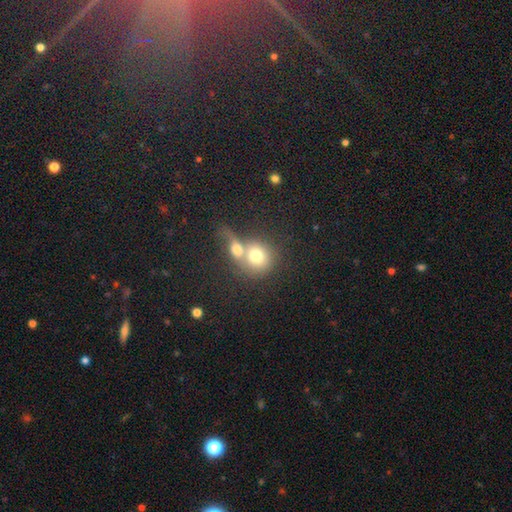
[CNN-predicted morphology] type=smooth (70%); roundness=round (80%); merging=merger (67%).